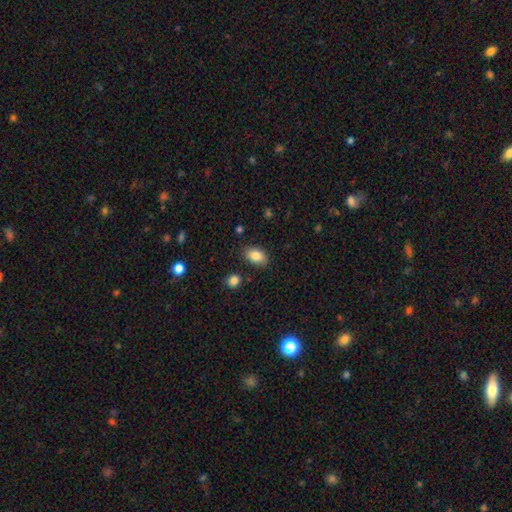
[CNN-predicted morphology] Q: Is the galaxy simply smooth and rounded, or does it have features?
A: smooth — 86%.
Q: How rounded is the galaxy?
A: in between — 88%.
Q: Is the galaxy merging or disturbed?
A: none — 82%.